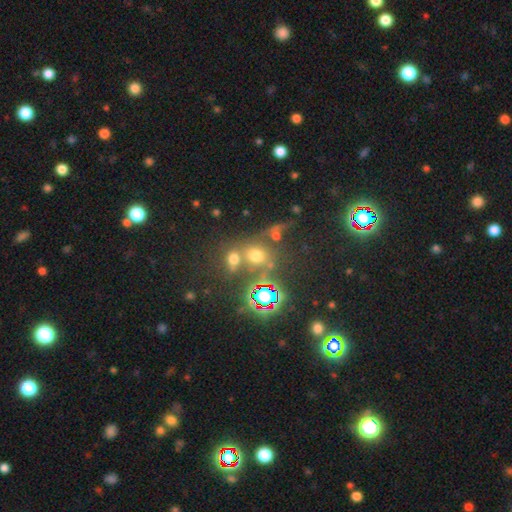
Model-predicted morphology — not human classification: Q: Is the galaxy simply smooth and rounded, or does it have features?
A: smooth — 57%.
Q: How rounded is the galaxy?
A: round — 70%.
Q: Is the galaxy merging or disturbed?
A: none — 49%.